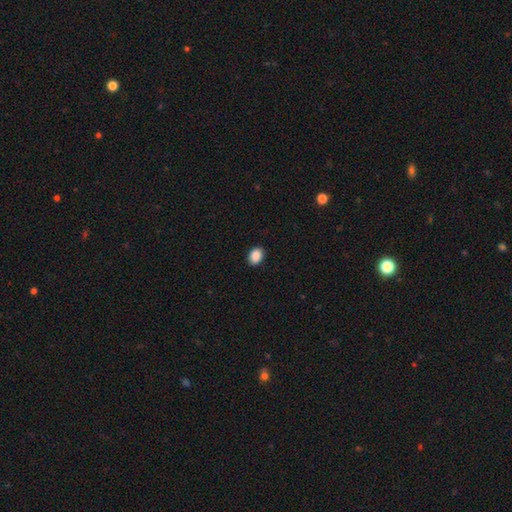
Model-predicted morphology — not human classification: type=smooth (90%); roundness=in between (75%); merging=none (90%).